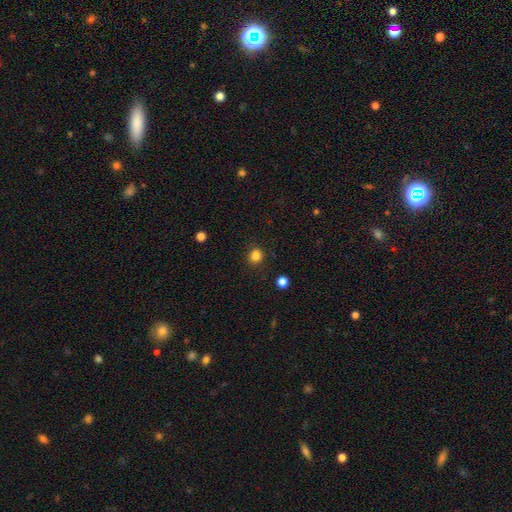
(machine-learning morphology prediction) smooth 84%, star or artifact 12%, featured or disk 4%. Down the decision tree: how rounded — round (82%); merging — none (87%).